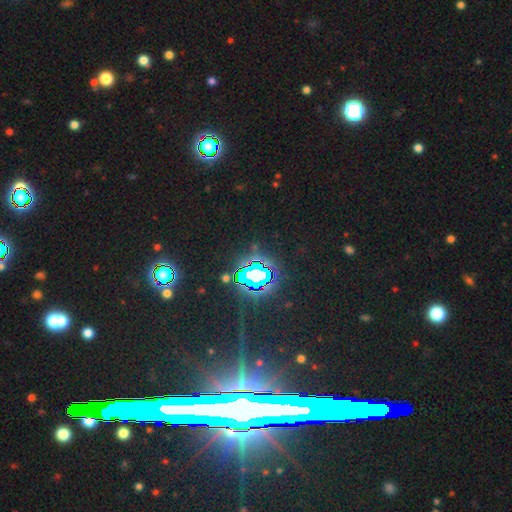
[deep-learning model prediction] smooth_or_featured: star or artifact (p=0.81) [alt: featured or disk p=0.10]